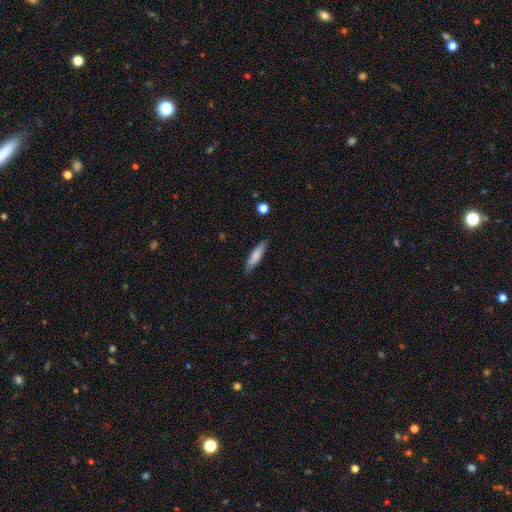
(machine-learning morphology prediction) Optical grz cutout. It shows a smooth galaxy with no disk features (74%) that is cigar-shaped (70%). Merging: none (81%).